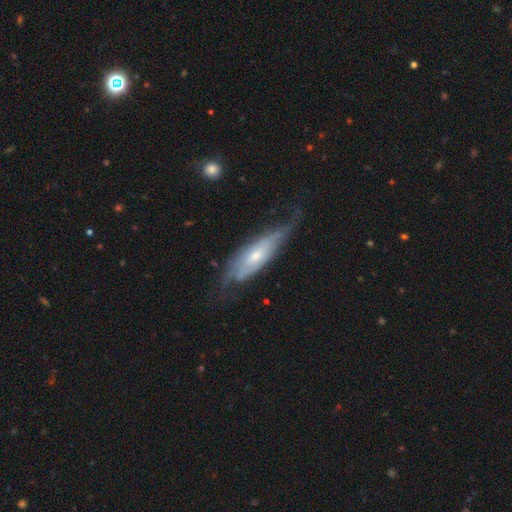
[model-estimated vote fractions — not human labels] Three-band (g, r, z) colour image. It shows a featured or disk galaxy (69%). Merging: none (53%).